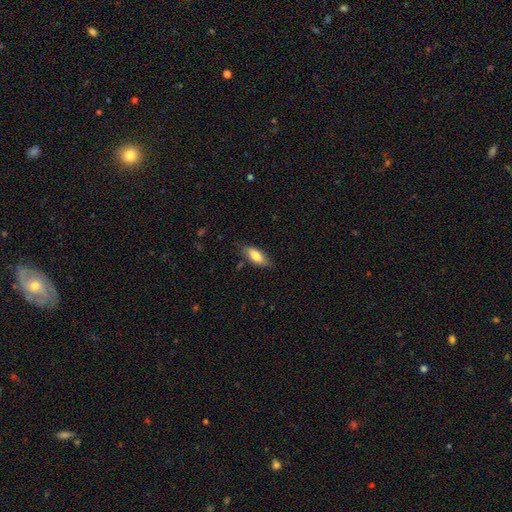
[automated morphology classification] A smooth galaxy with no disk features (78%) that is in between round and cigar-shaped (76%). Merging: none (78%).